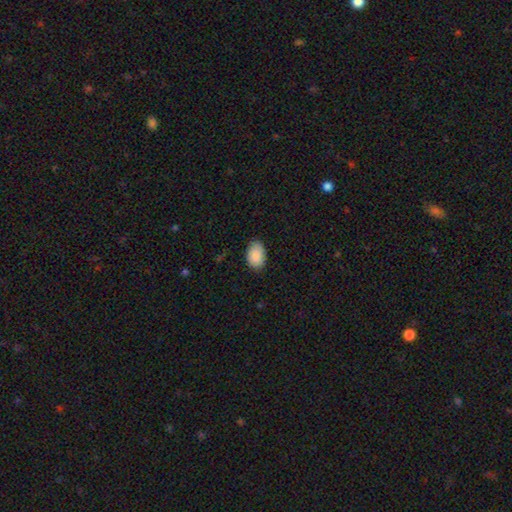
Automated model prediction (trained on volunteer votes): Smooth or featured: smooth — 89% (star or artifact — 6%)
How rounded: in between — 88% (round — 11%)
Merging: none — 83% (minor disturbance — 14%)